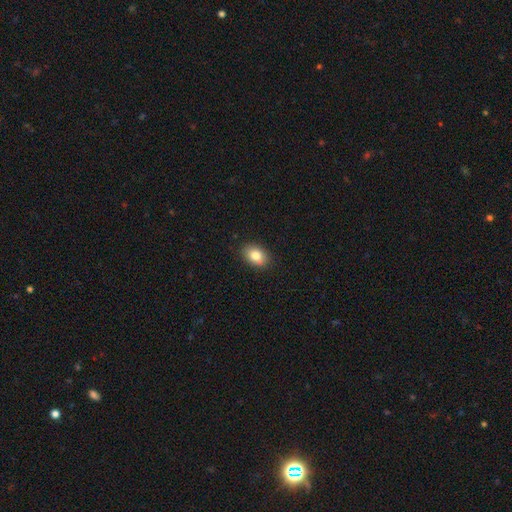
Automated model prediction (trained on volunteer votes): The model was most divided on "how rounded": in between: 82%, round: 16%, cigar-shaped: 1%. More confident: merging — none (89%); smooth or featured — smooth (82%).